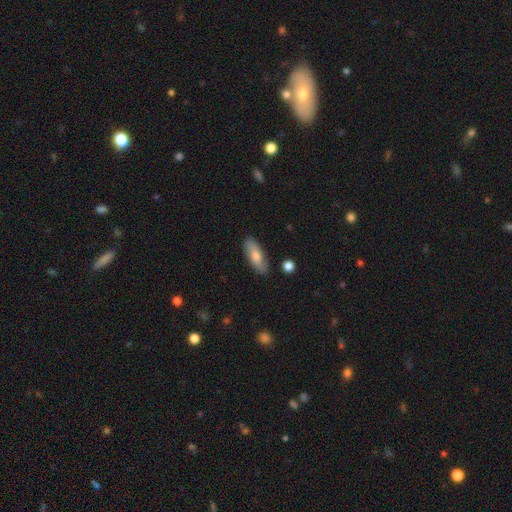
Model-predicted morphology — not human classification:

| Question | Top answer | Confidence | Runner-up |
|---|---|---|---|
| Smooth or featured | smooth | 69% | featured or disk (25%) |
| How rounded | in between | 70% | cigar-shaped (27%) |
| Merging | none | 85% | minor disturbance (11%) |